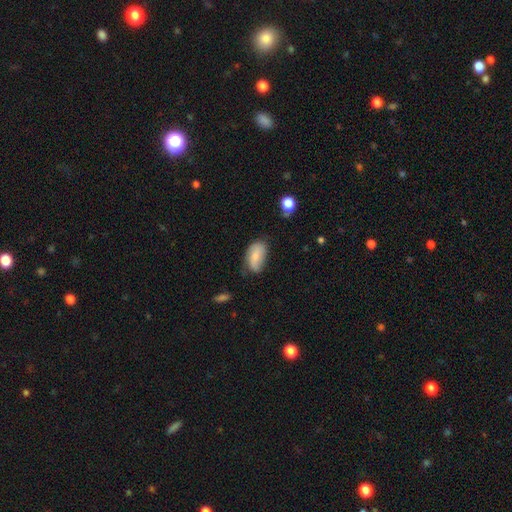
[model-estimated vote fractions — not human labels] This appears to be a smooth galaxy with no disk features (67%) that is in between round and cigar-shaped (92%). Merging: none (53%).